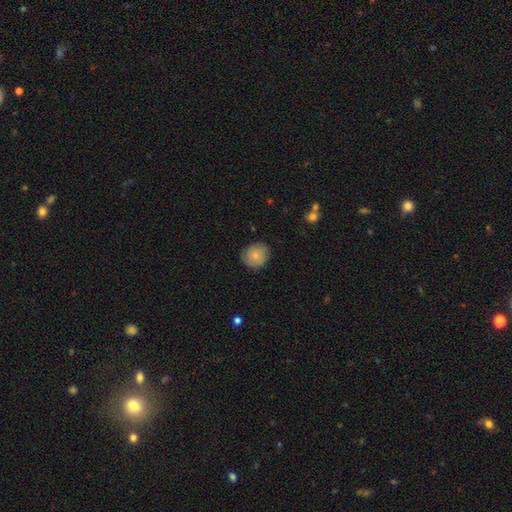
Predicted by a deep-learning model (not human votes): Q: Smooth or featured?
A: smooth (75%); runner-up: featured or disk (18%)
Q: How rounded?
A: round (80%); runner-up: in between (19%)
Q: Merging?
A: none (78%); runner-up: minor disturbance (18%)